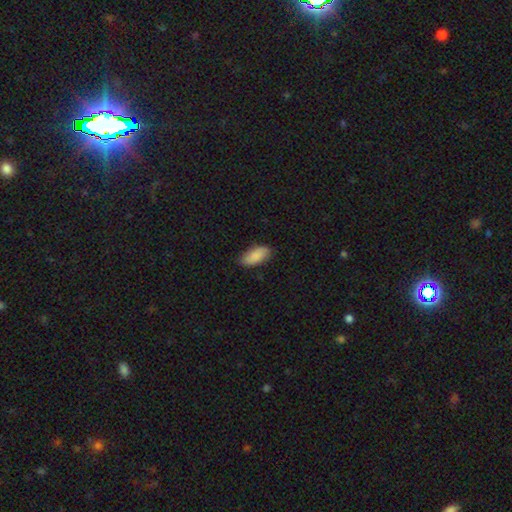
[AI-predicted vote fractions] Smooth or featured?
  - smooth: 87% *
  - featured or disk: 7%
  - star or artifact: 6%
How rounded?
  - in between: 88% *
  - cigar-shaped: 10%
  - round: 2%
Merging?
  - none: 82% *
  - minor disturbance: 15%
  - major disturbance: 2%
  - merger: 1%